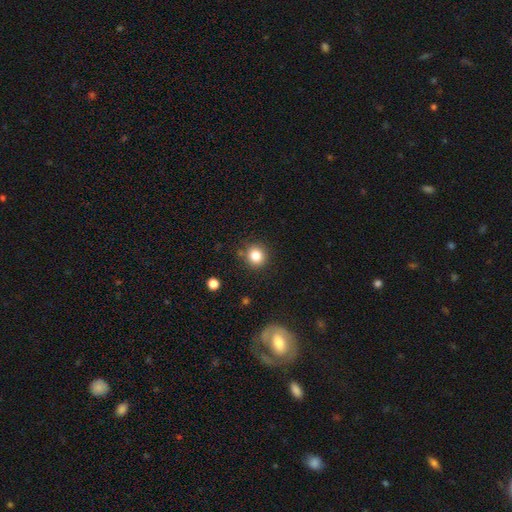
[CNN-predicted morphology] A smooth galaxy with no disk features (83%) that is round (89%).

Vote fractions:
- Smooth or featured? smooth: 83% / star or artifact: 12% / featured or disk: 5%
- How rounded? round: 89% / in between: 10% / cigar-shaped: 1%
- Merging? none: 84% / minor disturbance: 10% / merger: 3% / major disturbance: 3%